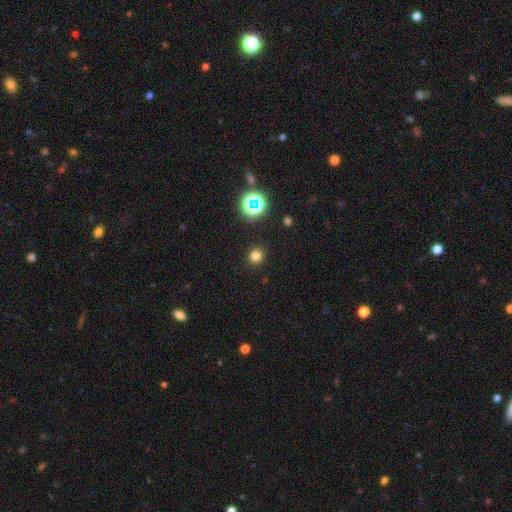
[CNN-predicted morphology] smooth 75%, star or artifact 20%, featured or disk 5%. Down the decision tree: how rounded — round (88%); merging — none (91%).